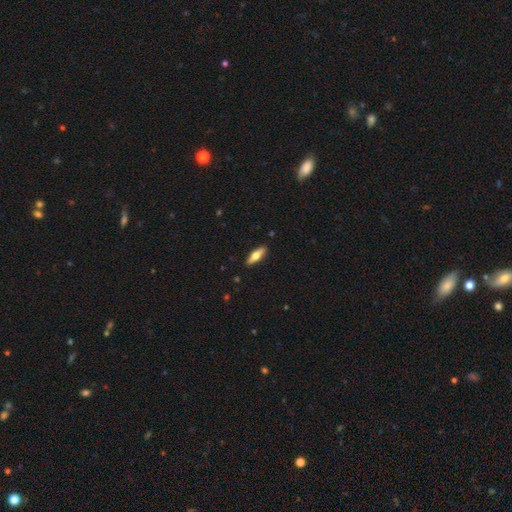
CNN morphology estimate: This is possibly a smooth galaxy (58%). How rounded: possibly cigar-shaped (53%). Merging: clearly none (89%).